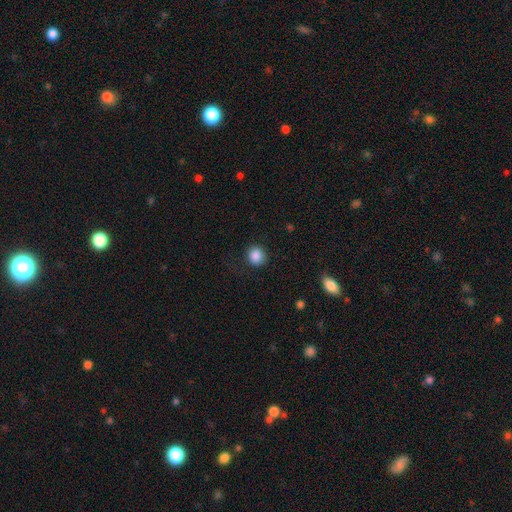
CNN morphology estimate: This appears to be a smooth galaxy with no disk features (87%) that is round (82%). Merging: none (83%).